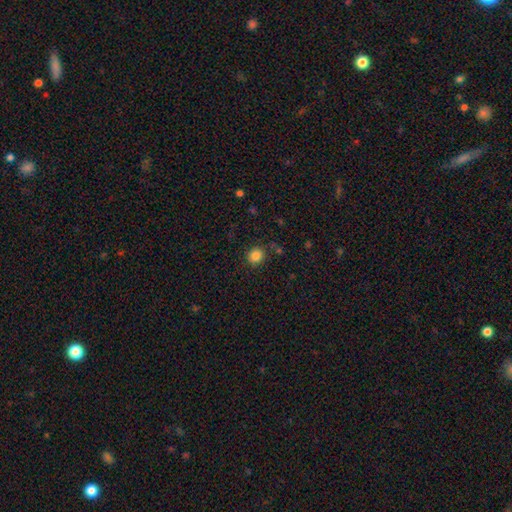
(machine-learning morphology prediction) Smooth or featured? Predicted: smooth (p=0.85). How rounded? Predicted: round (p=0.87). Merging? Predicted: none (p=0.87).